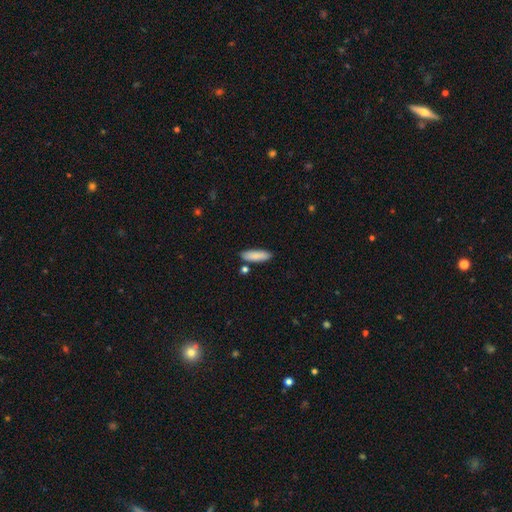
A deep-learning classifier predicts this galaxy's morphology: The model was most divided on "how rounded": in between: 52%, cigar-shaped: 46%, round: 2%. More confident: smooth or featured — smooth (86%); merging — none (81%).